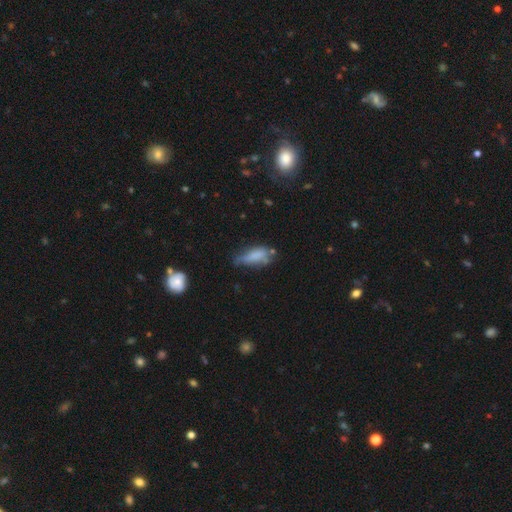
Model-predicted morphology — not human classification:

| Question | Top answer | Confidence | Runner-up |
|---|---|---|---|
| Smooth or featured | smooth | 68% | featured or disk (23%) |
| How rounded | in between | 67% | cigar-shaped (31%) |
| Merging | minor disturbance | 37% | none (36%) |